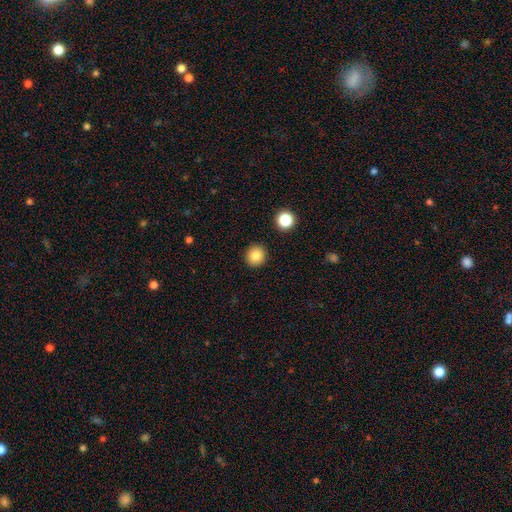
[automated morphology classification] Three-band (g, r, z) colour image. It shows a smooth galaxy with no disk features (85%) that is round (90%). Merging: none (91%).